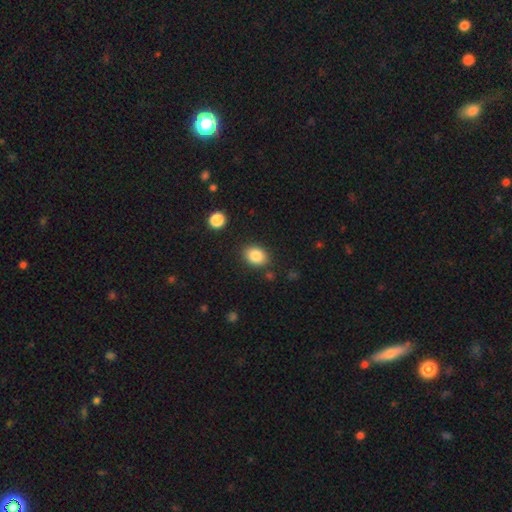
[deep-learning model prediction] This appears to be a smooth galaxy with no disk features (85%) that is in between round and cigar-shaped (60%). Merging: none (84%).